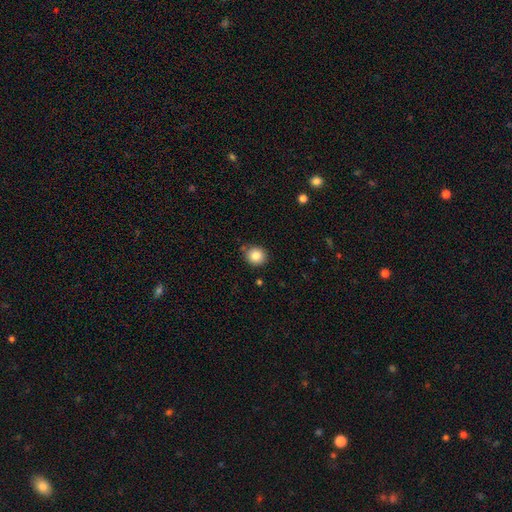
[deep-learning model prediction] This appears to be a smooth galaxy with no disk features (84%) that is round (86%). Merging: none (83%).